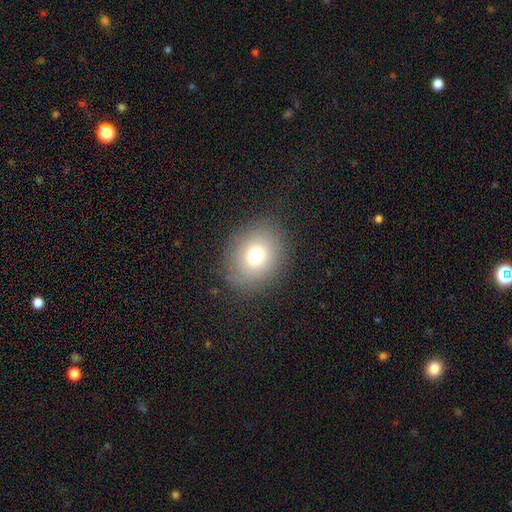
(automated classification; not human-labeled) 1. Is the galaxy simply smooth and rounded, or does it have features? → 75% smooth, 13% featured or disk, 13% star or artifact.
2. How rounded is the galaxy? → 55% round, 44% in between, 1% cigar-shaped.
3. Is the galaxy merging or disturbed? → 86% none, 9% minor disturbance, 4% major disturbance, 1% merger.